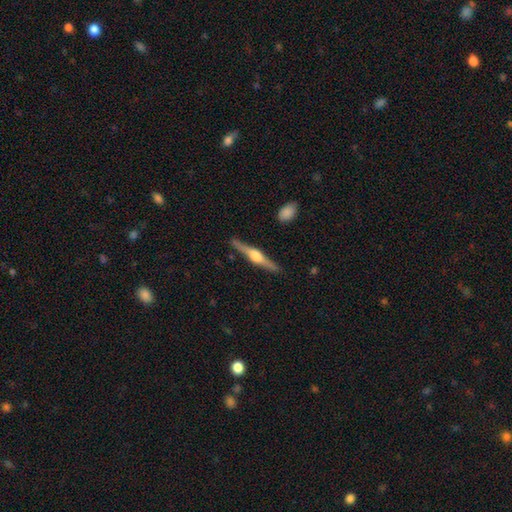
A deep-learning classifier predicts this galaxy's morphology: This is likely a featured or disk galaxy (78%). It is clearly viewed edge-on (98%). Edge-on bulge: clearly rounded (91%). Merging: clearly none (89%).